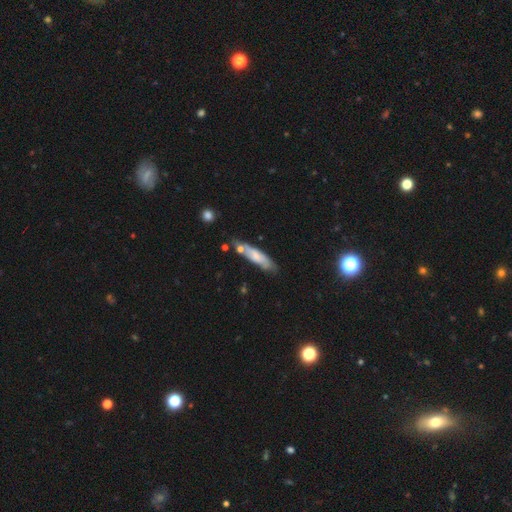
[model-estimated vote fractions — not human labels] Q: Smooth or featured?
A: smooth (59%); runner-up: featured or disk (35%)
Q: How rounded?
A: cigar-shaped (76%); runner-up: in between (23%)
Q: Merging?
A: none (65%); runner-up: minor disturbance (20%)